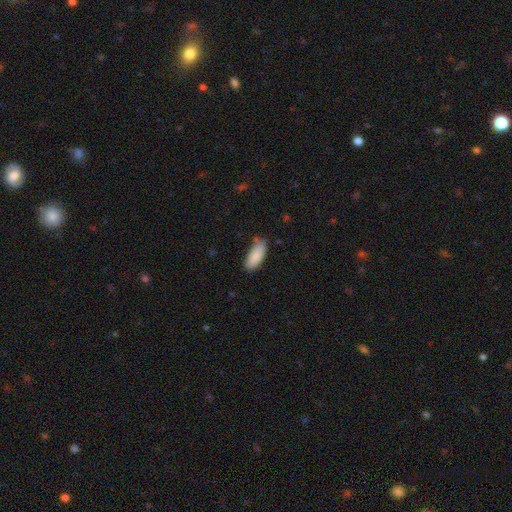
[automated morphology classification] smooth_or_featured: smooth (p=0.88) [alt: star or artifact p=0.06]
how_rounded: in between (p=0.79) [alt: cigar-shaped p=0.20]
merging: none (p=0.67) [alt: minor disturbance p=0.26]